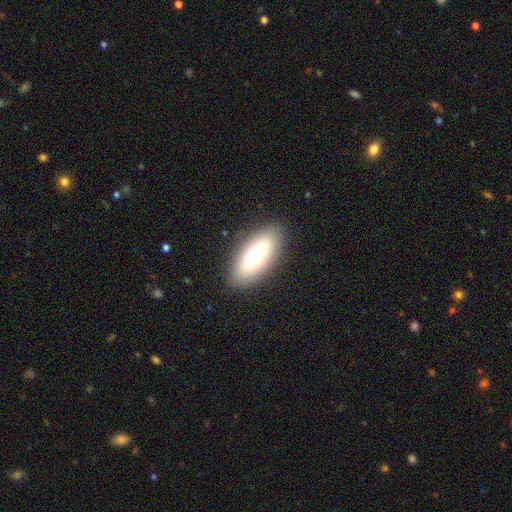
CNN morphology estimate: smooth-or-featured: smooth: 62% | featured or disk: 27% | star or artifact: 11%
  how-rounded: in between: 81% | cigar-shaped: 13% | round: 5%
  merging: none: 86% | minor disturbance: 9% | major disturbance: 4% | merger: 1%